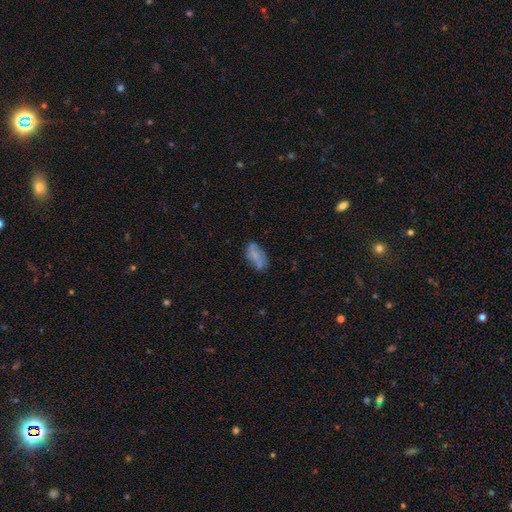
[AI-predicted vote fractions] Smooth or featured? smooth (62%)
How rounded? in between (89%)
Merging? none (61%)